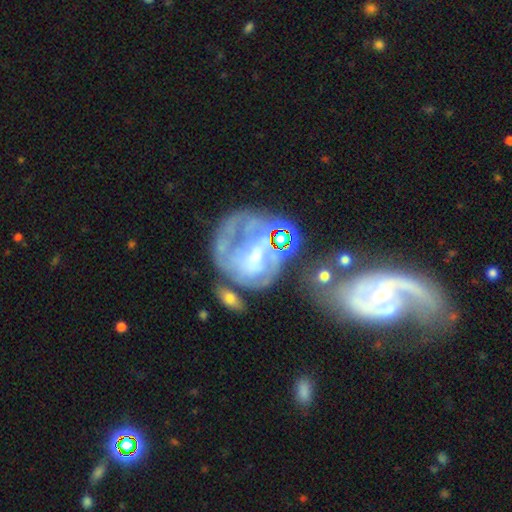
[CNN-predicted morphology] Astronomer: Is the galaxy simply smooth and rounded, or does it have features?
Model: featured or disk — 69%.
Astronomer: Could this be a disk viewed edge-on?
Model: no — 97%.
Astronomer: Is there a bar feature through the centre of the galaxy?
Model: no — 57% (runner-up: weak, 32%).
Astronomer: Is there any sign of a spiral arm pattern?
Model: yes — 55% (runner-up: no, 45%).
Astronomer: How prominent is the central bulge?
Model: small — 53%.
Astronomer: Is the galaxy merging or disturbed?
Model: major disturbance — 34% (runner-up: none, 29%).